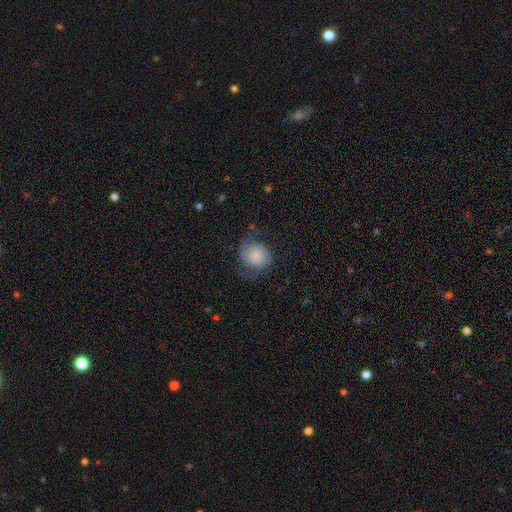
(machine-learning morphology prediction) Smooth or featured?
  - featured or disk: 47% *
  - smooth: 44%
  - star or artifact: 9%
Merging?
  - none: 62% *
  - minor disturbance: 21%
  - major disturbance: 15%
  - merger: 1%